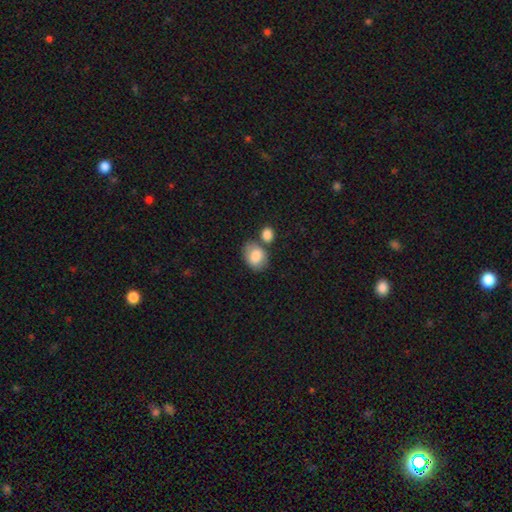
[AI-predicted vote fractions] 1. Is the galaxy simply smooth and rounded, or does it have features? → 82% smooth, 11% featured or disk, 7% star or artifact.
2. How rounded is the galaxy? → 71% in between, 28% round, 1% cigar-shaped.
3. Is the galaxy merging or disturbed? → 54% none, 25% merger, 16% minor disturbance, 5% major disturbance.